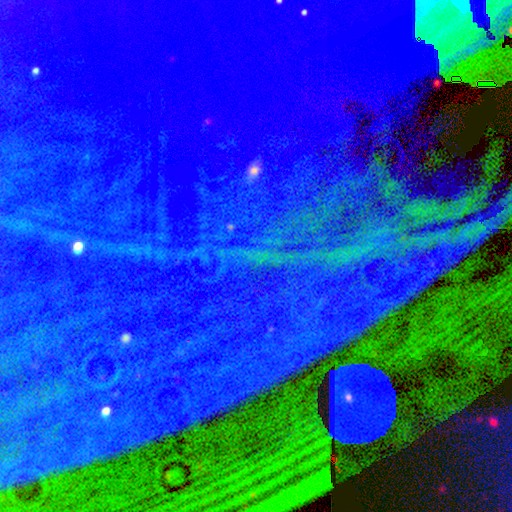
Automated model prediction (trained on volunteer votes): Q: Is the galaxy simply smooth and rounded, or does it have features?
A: star or artifact — 86%.